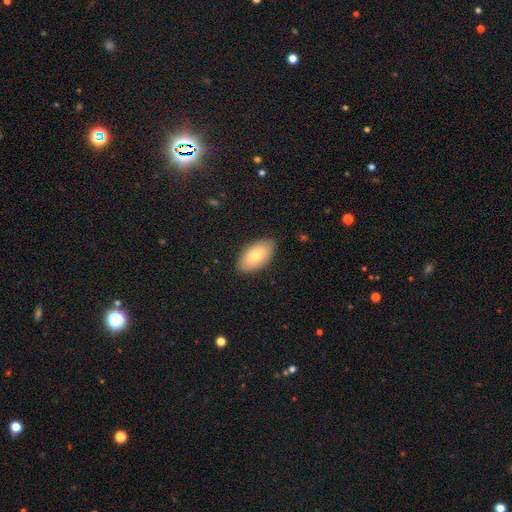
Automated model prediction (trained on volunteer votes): A smooth galaxy with no disk features (75%) that is in between round and cigar-shaped (94%).

Vote fractions:
- Smooth or featured? smooth: 75% / featured or disk: 19% / star or artifact: 6%
- How rounded? in between: 94% / round: 4% / cigar-shaped: 2%
- Merging? none: 86% / minor disturbance: 11% / major disturbance: 2% / merger: 1%